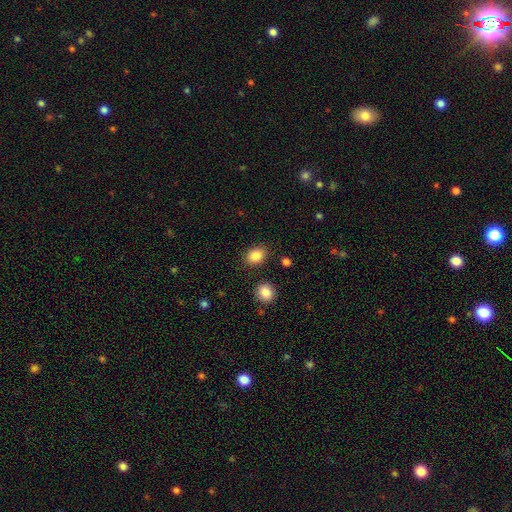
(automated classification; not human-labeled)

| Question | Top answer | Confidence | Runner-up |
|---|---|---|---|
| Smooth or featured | smooth | 86% | star or artifact (9%) |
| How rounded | in between | 62% | round (37%) |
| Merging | none | 85% | minor disturbance (9%) |